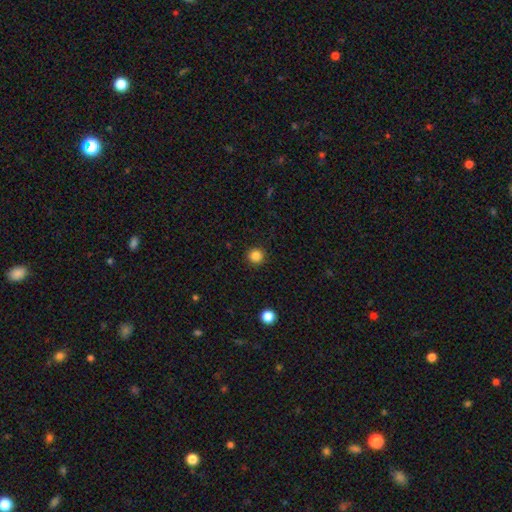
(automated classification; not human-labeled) smooth-or-featured: smooth: 85% | star or artifact: 12% | featured or disk: 3%
  how-rounded: round: 95% | in between: 4% | cigar-shaped: 1%
  merging: none: 92% | minor disturbance: 5% | major disturbance: 2% | merger: 1%